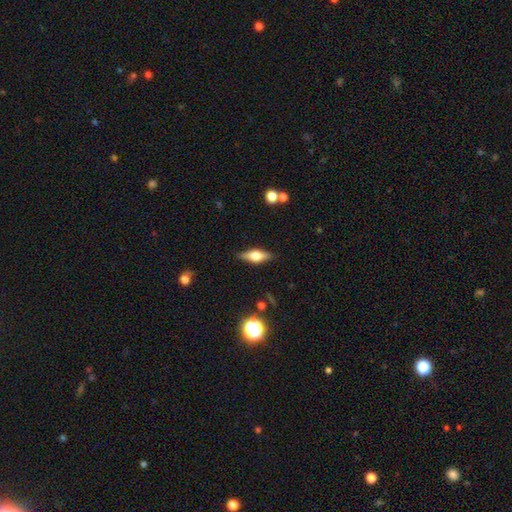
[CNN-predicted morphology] A featured or disk galaxy (51%) viewed edge-on (92%).

Vote fractions:
- Smooth or featured? featured or disk: 51% / smooth: 41% / star or artifact: 8%
- Edge-on disk? yes: 92% / no: 8%
- Merging? none: 86% / minor disturbance: 10% / major disturbance: 2% / merger: 2%